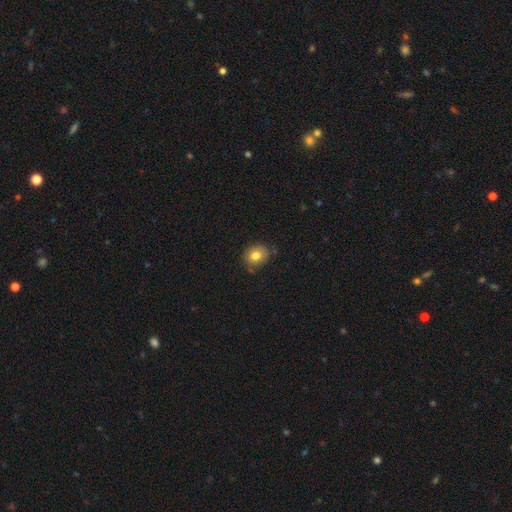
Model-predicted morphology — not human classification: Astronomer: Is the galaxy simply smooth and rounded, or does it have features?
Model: smooth — 79%.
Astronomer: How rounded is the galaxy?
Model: round — 61% (runner-up: in between, 38%).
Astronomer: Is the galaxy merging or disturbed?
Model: none — 78%.